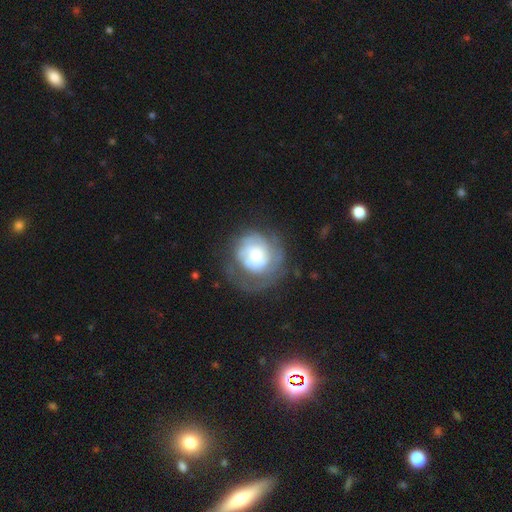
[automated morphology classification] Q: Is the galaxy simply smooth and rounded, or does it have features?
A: featured or disk — 59%.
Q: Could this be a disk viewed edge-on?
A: no — 98%.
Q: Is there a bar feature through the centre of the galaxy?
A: no — 80%.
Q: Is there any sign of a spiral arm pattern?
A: yes — 75%.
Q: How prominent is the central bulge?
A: large — 37%.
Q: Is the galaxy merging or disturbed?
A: none — 48%.